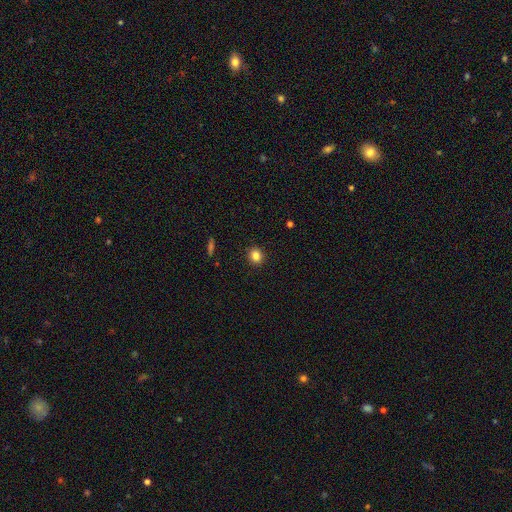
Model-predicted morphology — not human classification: Smooth or featured?
  - smooth: 83% *
  - star or artifact: 11%
  - featured or disk: 5%
How rounded?
  - round: 77% *
  - in between: 22%
  - cigar-shaped: 1%
Merging?
  - none: 92% *
  - minor disturbance: 6%
  - major disturbance: 2%
  - merger: 1%